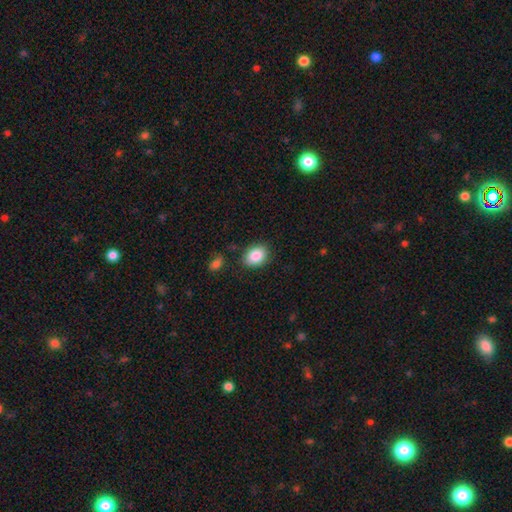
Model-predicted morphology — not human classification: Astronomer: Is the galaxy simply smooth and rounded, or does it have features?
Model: smooth — 87%.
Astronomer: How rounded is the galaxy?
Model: in between — 65%.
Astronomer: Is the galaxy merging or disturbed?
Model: none — 83%.